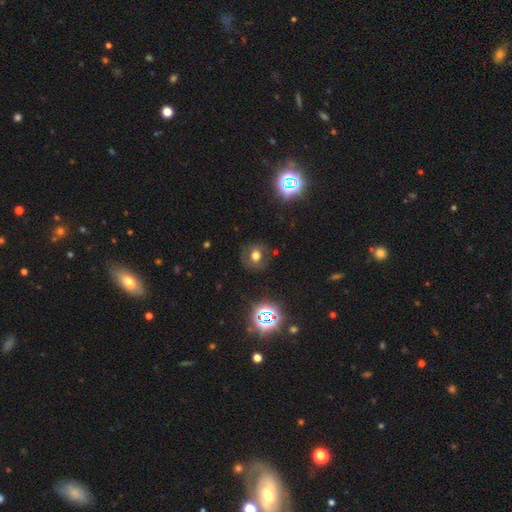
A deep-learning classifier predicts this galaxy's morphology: Smooth or featured? smooth (56%)
How rounded? round (74%)
Merging? none (79%)